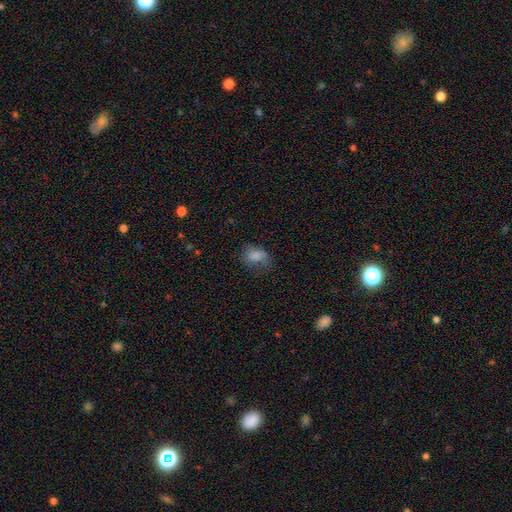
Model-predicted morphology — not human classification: This is likely a smooth galaxy (76%). How rounded: likely in between (79%). Merging: possibly none (46%).